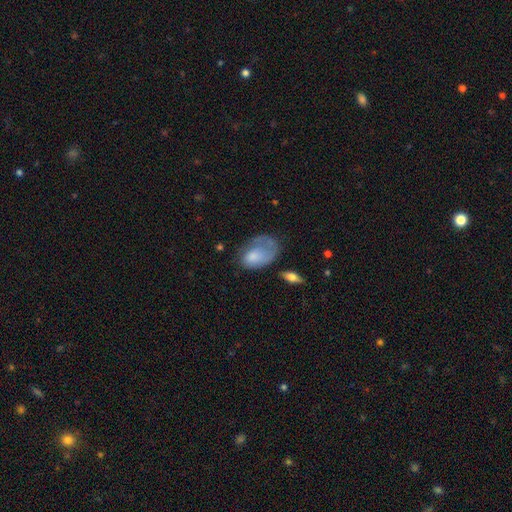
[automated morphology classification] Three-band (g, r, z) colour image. It shows a smooth galaxy with no disk features (61%) that is in between round and cigar-shaped (84%). Merging: major disturbance (38%).